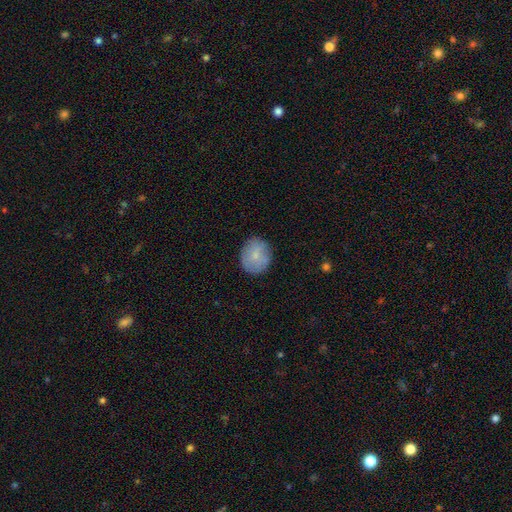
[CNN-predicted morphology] type=smooth (75%); roundness=round (76%); merging=none (80%).